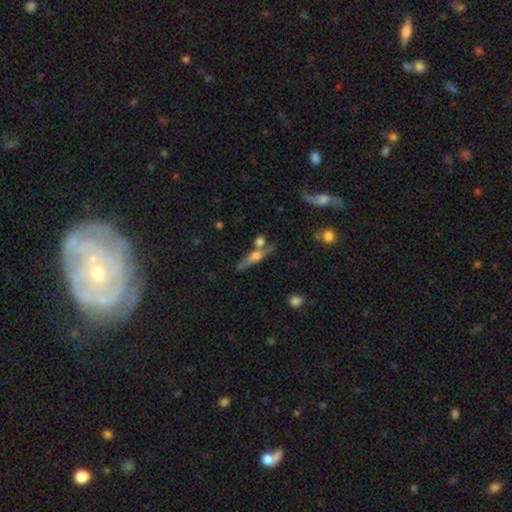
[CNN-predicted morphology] A featured or disk galaxy (58%) viewed edge-on (89%) with a rounded central bulge (86%).

Vote fractions:
- Smooth or featured? featured or disk: 58% / smooth: 32% / star or artifact: 9%
- Edge-on disk? yes: 89% / no: 11%
- Edge-on bulge? rounded: 86% / boxy: 9% / none: 5%
- Merging? none: 59% / merger: 21% / minor disturbance: 13% / major disturbance: 6%